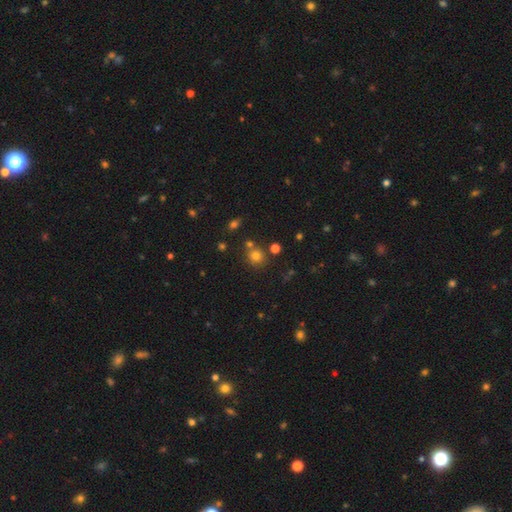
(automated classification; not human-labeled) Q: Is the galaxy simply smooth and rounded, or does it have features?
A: smooth — 75%.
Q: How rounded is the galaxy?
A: round — 86%.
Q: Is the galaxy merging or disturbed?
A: none — 73%.